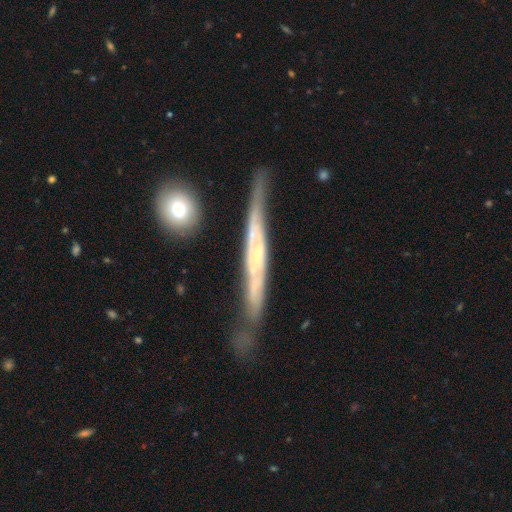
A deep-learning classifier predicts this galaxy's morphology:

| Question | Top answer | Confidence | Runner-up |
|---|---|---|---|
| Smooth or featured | featured or disk | 78% | smooth (17%) |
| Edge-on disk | yes | 83% | no (17%) |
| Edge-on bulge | none | 57% | rounded (26%) |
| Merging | none | 65% | minor disturbance (24%) |